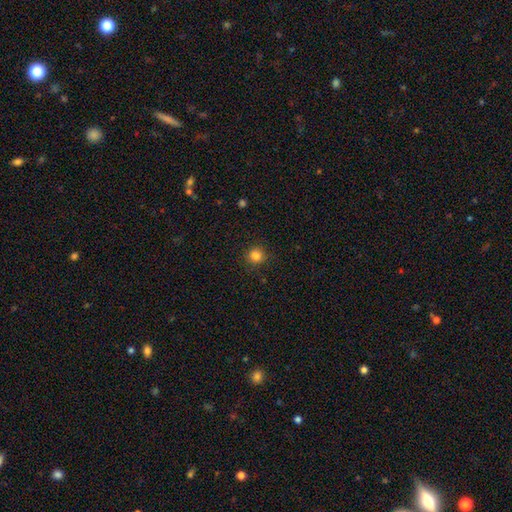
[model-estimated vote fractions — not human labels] A smooth galaxy with no disk features (84%) that is round (93%). Merging: none (89%).